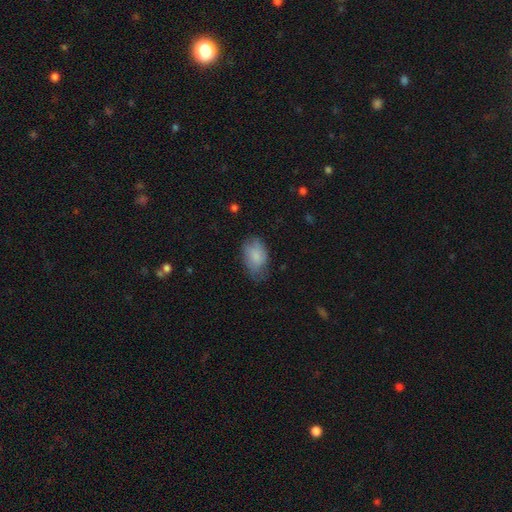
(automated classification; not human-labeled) A smooth galaxy with no disk features (80%) that is in between round and cigar-shaped (89%). Merging: none (55%).